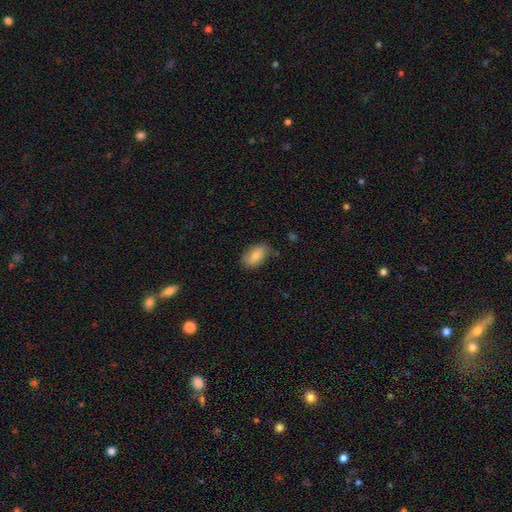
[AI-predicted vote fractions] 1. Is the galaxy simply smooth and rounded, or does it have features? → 83% smooth, 10% featured or disk, 7% star or artifact.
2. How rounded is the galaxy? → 92% in between, 5% round, 2% cigar-shaped.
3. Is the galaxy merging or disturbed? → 74% none, 20% minor disturbance, 4% major disturbance, 2% merger.